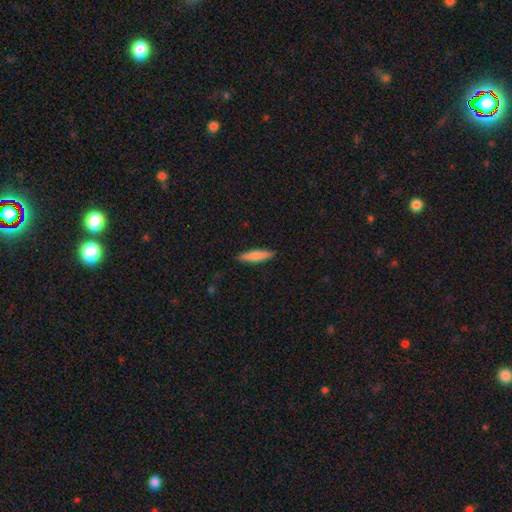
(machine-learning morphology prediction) smooth-or-featured: smooth: 74% | featured or disk: 21% | star or artifact: 6%
  how-rounded: cigar-shaped: 82% | in between: 16% | round: 2%
  merging: none: 89% | minor disturbance: 8% | major disturbance: 2% | merger: 1%